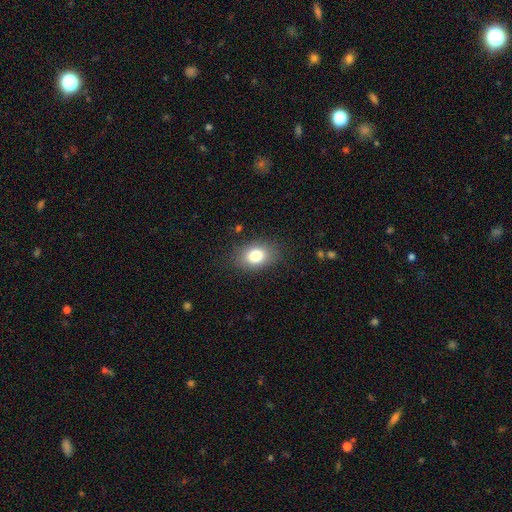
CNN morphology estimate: Smooth or featured: smooth — 81% (star or artifact — 10%)
How rounded: in between — 75% (round — 24%)
Merging: none — 84% (minor disturbance — 11%)